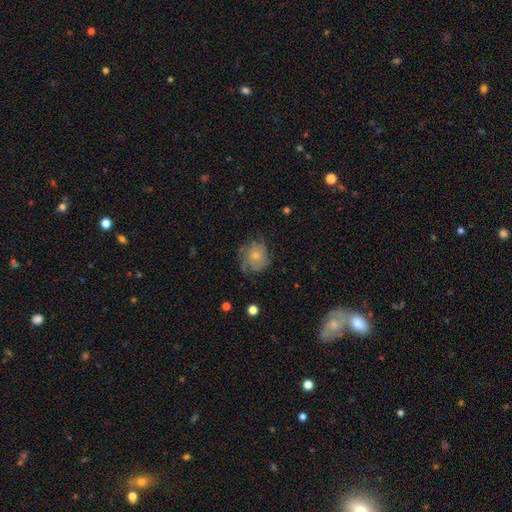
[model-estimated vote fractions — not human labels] Smooth or featured: smooth — 48% (featured or disk — 43%)
Merging: none — 61% (minor disturbance — 25%)